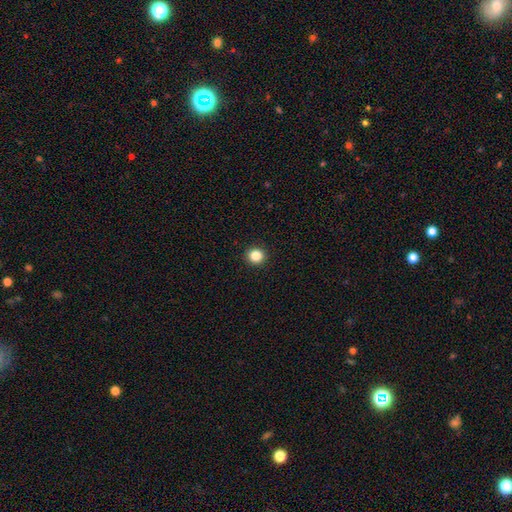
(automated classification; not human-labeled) A smooth galaxy with no disk features (85%) that is round (92%).

Vote fractions:
- Smooth or featured? smooth: 85% / star or artifact: 11% / featured or disk: 4%
- How rounded? round: 92% / in between: 7% / cigar-shaped: 1%
- Merging? none: 94% / minor disturbance: 4% / major disturbance: 1% / merger: 1%